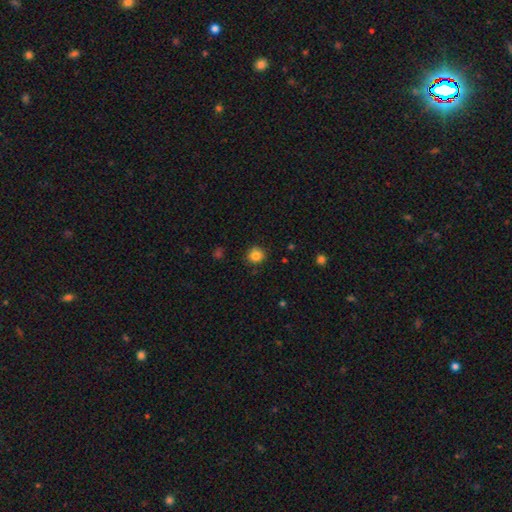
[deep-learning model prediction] Smooth or featured? smooth (83%)
How rounded? round (90%)
Merging? none (87%)